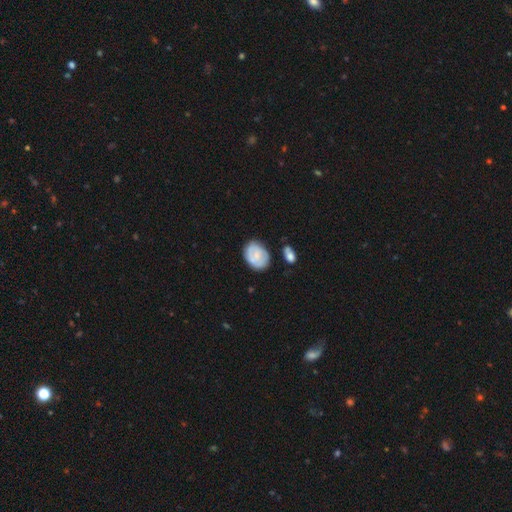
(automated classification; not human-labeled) This appears to be a smooth galaxy with no disk features (55%) that is in between round and cigar-shaped (67%). Merging: none (65%).